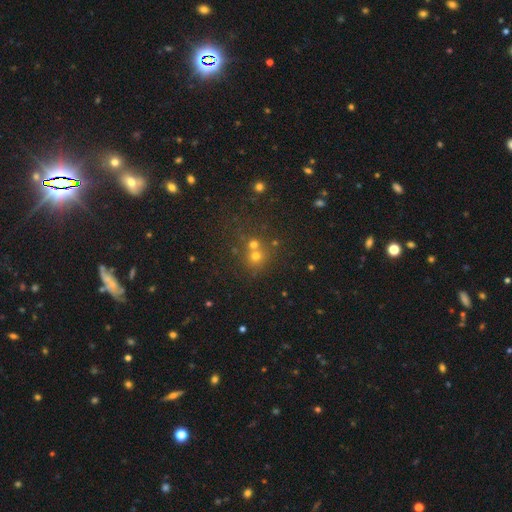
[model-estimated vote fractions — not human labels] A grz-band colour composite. It shows a smooth galaxy with no disk features (58%) that is round (86%). Merging: none (52%).